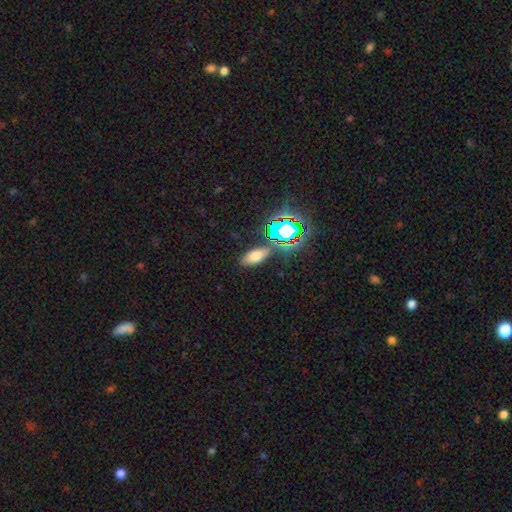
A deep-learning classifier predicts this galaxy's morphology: Smooth or featured: smooth — 62% (star or artifact — 26%)
How rounded: in between — 83% (cigar-shaped — 11%)
Merging: none — 80% (minor disturbance — 12%)